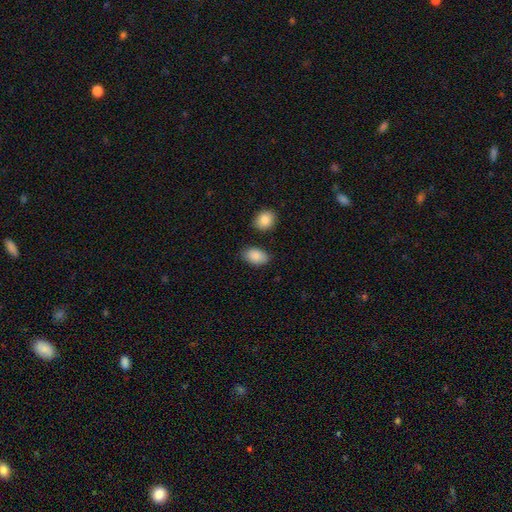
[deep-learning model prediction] Smooth or featured?
  - smooth: 88% *
  - star or artifact: 7%
  - featured or disk: 6%
How rounded?
  - in between: 90% *
  - round: 9%
  - cigar-shaped: 1%
Merging?
  - none: 80% *
  - minor disturbance: 13%
  - merger: 4%
  - major disturbance: 3%